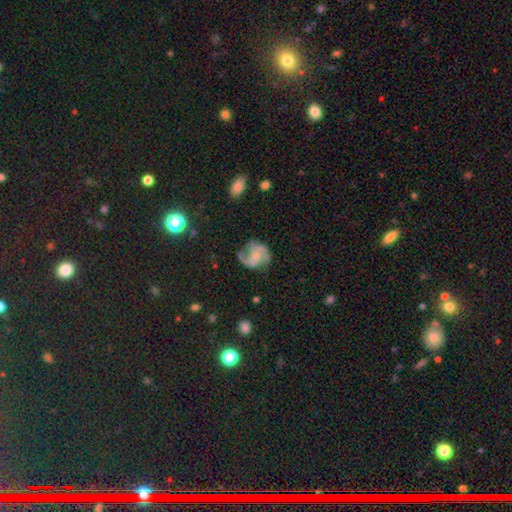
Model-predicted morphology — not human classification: Overall: featured or disk (74%). Edge-on disk: no (98%). Bar: no (62%; weak 31%). Spiral arms: yes (90%). Spiral arm count: 2 (63%). Spiral winding: medium (48%; loose 33%). Bulge size: small (61%; moderate 27%). Merging: none (56%; minor disturbance 23%).